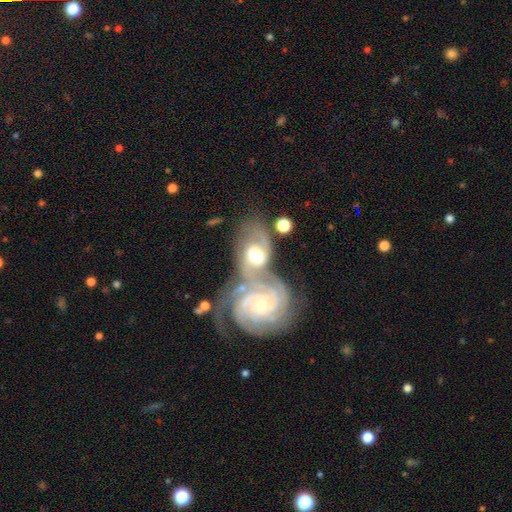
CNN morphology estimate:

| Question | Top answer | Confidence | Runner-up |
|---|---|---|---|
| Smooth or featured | featured or disk | 83% | smooth (12%) |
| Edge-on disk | no | 96% | yes (4%) |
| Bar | no | 55% | weak (34%) |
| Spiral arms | yes | 95% | no (5%) |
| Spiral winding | tight | 46% | medium (42%) |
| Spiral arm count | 2 | 67% | can't tell (13%) |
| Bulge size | moderate | 59% | small (29%) |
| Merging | merger | 70% | none (16%) |